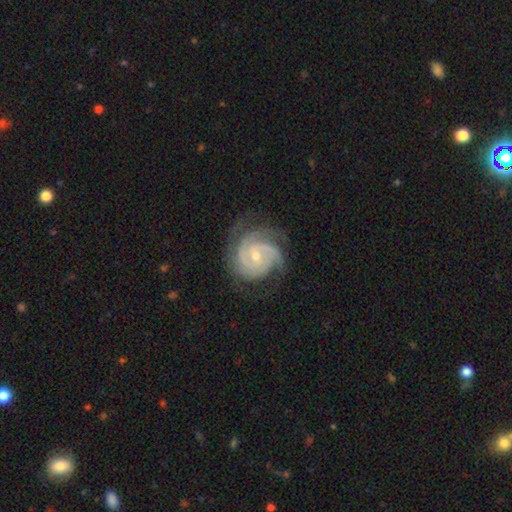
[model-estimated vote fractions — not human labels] Overall: featured or disk (91%). Edge-on disk: no (98%). Bar: no (57%; weak 34%). Spiral arms: yes (98%). Spiral arm count: 3 (46%; 2 28%). Spiral winding: tight (67%; medium 29%). Bulge size: small (59%; moderate 38%). Merging: none (73%).